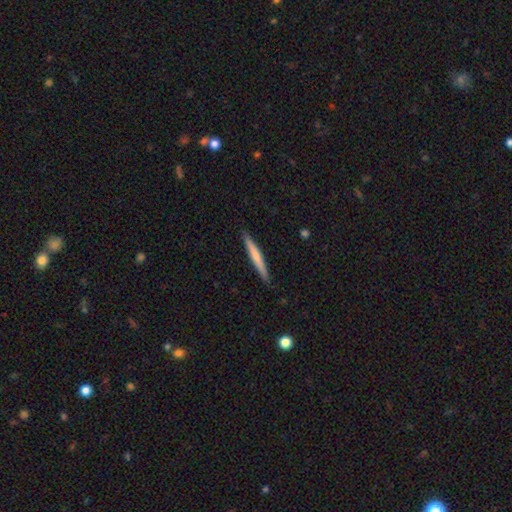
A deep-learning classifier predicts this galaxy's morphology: Smooth or featured: smooth — 62% (featured or disk — 33%)
How rounded: cigar-shaped — 96% (in between — 3%)
Merging: none — 90% (minor disturbance — 7%)